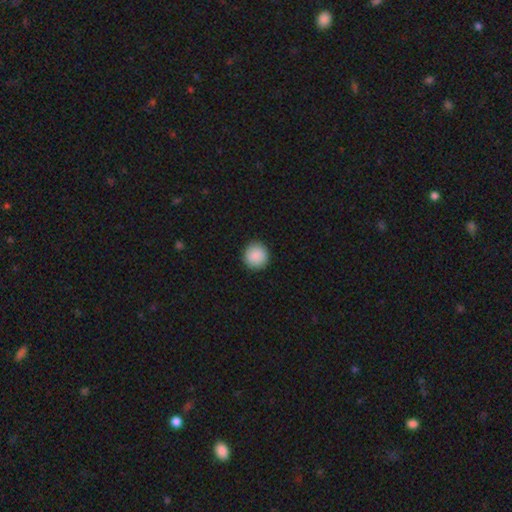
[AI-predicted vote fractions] Overall: smooth (90%). How rounded: round (95%). Merging: none (92%).